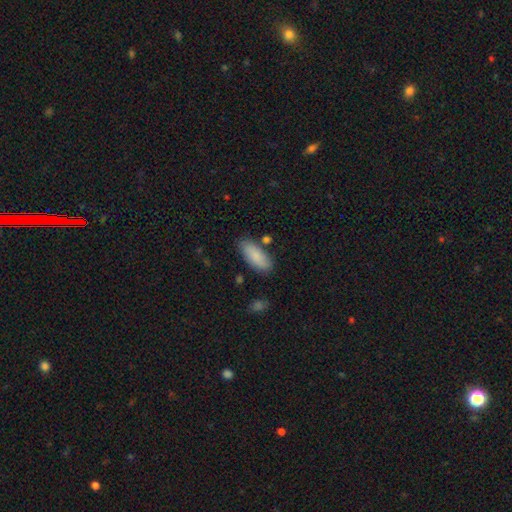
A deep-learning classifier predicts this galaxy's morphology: type=smooth (86%); roundness=in between (81%); merging=none (79%).